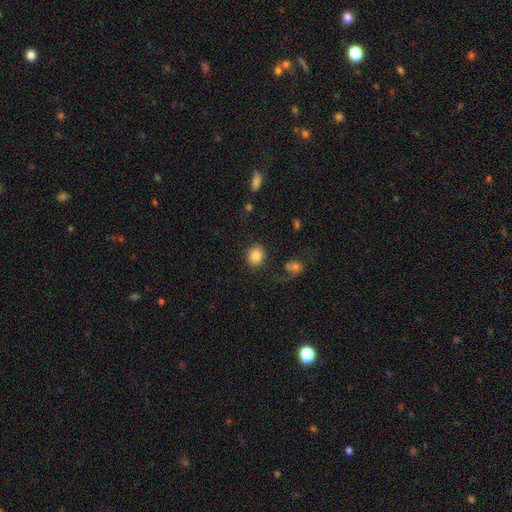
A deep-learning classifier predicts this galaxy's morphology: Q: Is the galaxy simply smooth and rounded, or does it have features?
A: smooth — 84%.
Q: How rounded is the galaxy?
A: round — 69%.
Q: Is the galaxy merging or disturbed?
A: none — 83%.